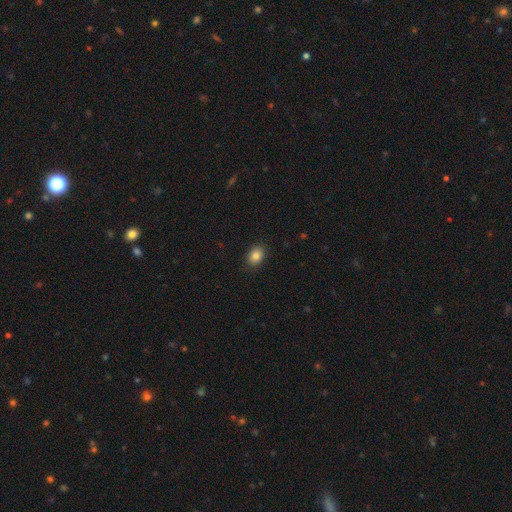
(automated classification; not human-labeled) Smooth or featured: smooth — 84% (star or artifact — 9%)
How rounded: in between — 72% (round — 27%)
Merging: none — 88% (minor disturbance — 9%)